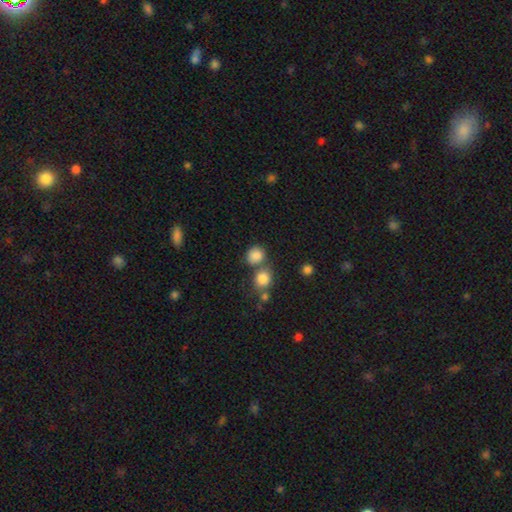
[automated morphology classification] type=smooth (84%); roundness=round (75%); merging=none (54%).